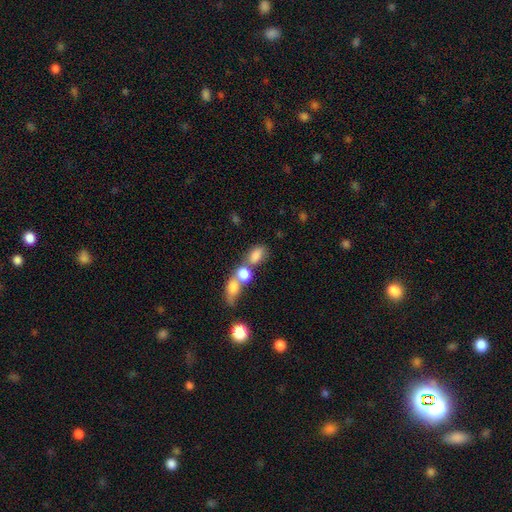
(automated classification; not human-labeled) A smooth galaxy with no disk features (78%) that is in between round and cigar-shaped (79%). Merging: merger (51%).